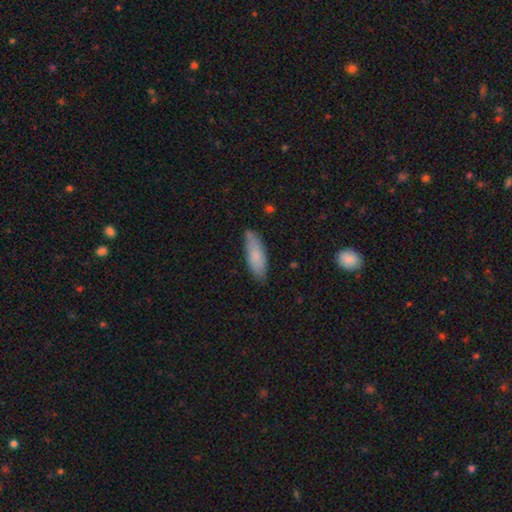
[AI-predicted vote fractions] The model was most divided on "how rounded": in between: 59%, cigar-shaped: 39%, round: 2%. More confident: smooth or featured — smooth (80%); merging — none (76%).